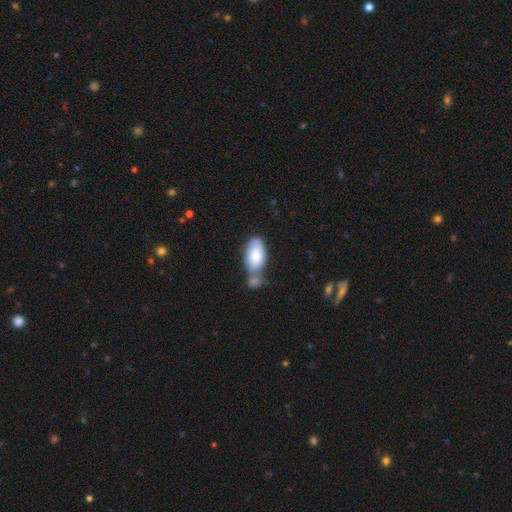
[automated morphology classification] smooth 78%, featured or disk 16%, star or artifact 6%. Down the decision tree: how rounded — in between (93%); merging — merger (44%).